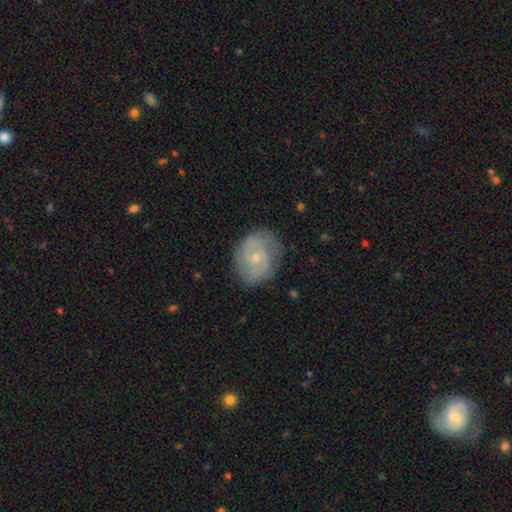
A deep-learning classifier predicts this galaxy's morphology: A featured or disk galaxy (71%) with no bar (69%), 2 (57%) tight (49%) spiral arms (89%) and a small central bulge (73%). Merging: none (76%).